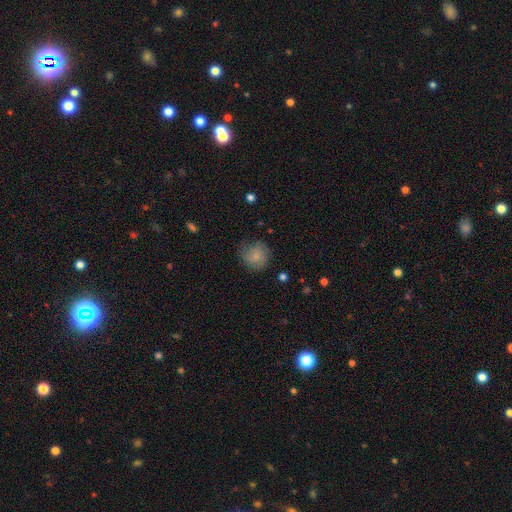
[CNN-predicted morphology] Smooth or featured: smooth — 74% (featured or disk — 17%)
How rounded: round — 85% (in between — 14%)
Merging: none — 63% (minor disturbance — 25%)